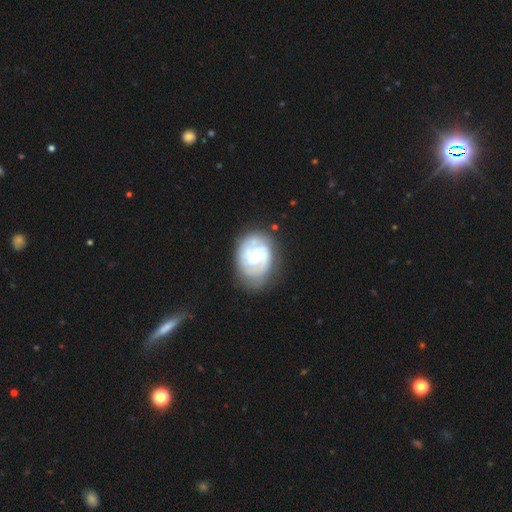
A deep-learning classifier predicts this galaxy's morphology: A featured or disk galaxy (77%) with a weak bar (48%), 2 (55%) tight (45%) spiral arms (90%) and no central bulge (33%, tied with small). Merging: none (64%).